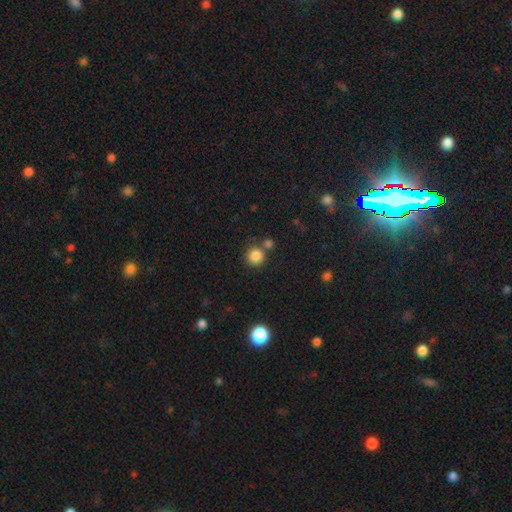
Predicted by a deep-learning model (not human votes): Smooth or featured?
  - smooth: 84% *
  - star or artifact: 11%
  - featured or disk: 5%
How rounded?
  - round: 92% *
  - in between: 7%
  - cigar-shaped: 1%
Merging?
  - none: 71% *
  - merger: 17%
  - minor disturbance: 9%
  - major disturbance: 3%